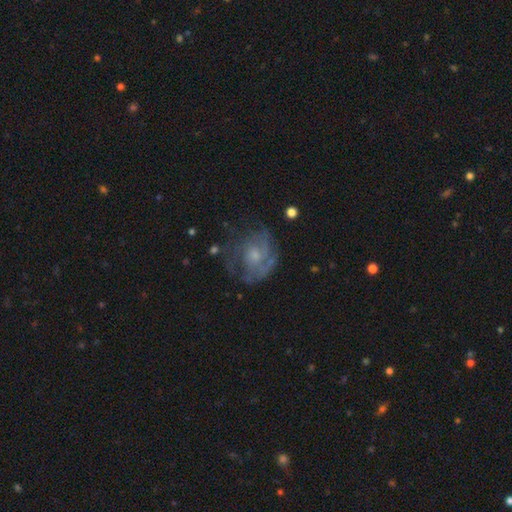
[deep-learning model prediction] A featured or disk galaxy (65%) with no bar (77%), spiral arms (66%) and a small central bulge (46%).

Vote fractions:
- Smooth or featured? featured or disk: 65% / smooth: 25% / star or artifact: 10%
- Edge-on disk? no: 97% / yes: 3%
- Bar? no: 77% / weak: 20% / strong: 3%
- Spiral arms? yes: 66% / no: 34%
- Bulge size? small: 46% / moderate: 39% / none: 11% / large: 4% / dominant: 1%
- Merging? none: 53% / minor disturbance: 23% / major disturbance: 22% / merger: 3%